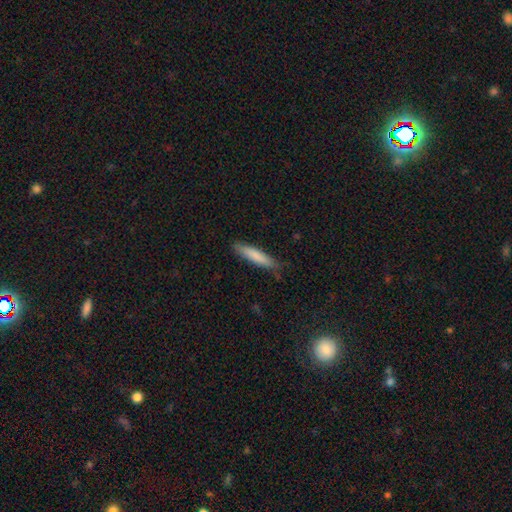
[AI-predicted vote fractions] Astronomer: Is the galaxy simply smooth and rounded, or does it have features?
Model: smooth — 81%.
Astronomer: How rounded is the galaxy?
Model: cigar-shaped — 87%.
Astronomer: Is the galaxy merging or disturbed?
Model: none — 82%.